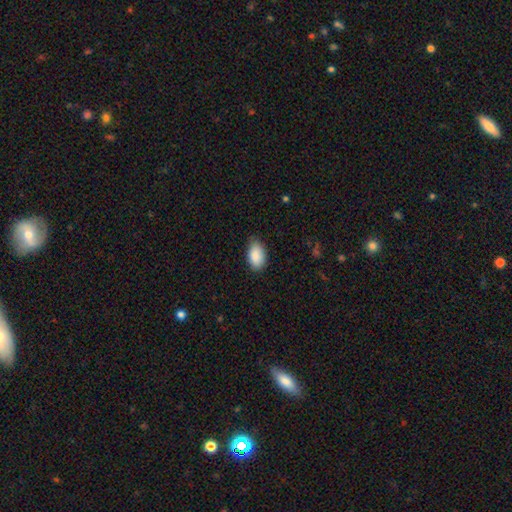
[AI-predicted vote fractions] smooth-or-featured: smooth: 89% | star or artifact: 6% | featured or disk: 4%
  how-rounded: in between: 93% | round: 5% | cigar-shaped: 2%
  merging: none: 75% | minor disturbance: 21% | major disturbance: 3% | merger: 1%